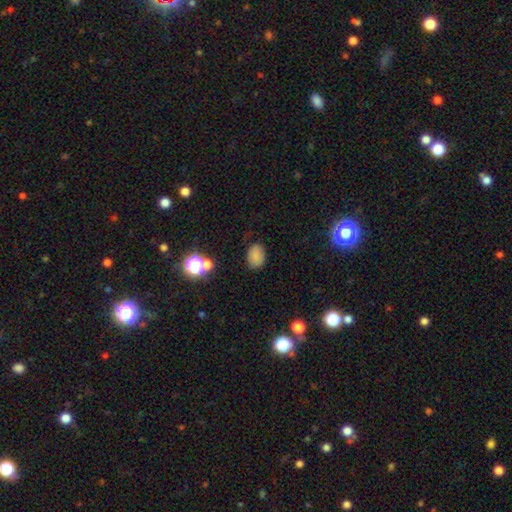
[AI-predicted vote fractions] A smooth galaxy with no disk features (80%) that is in between round and cigar-shaped (79%).

Vote fractions:
- Smooth or featured? smooth: 80% / star or artifact: 14% / featured or disk: 7%
- How rounded? in between: 79% / round: 20% / cigar-shaped: 1%
- Merging? none: 80% / minor disturbance: 14% / major disturbance: 4% / merger: 3%